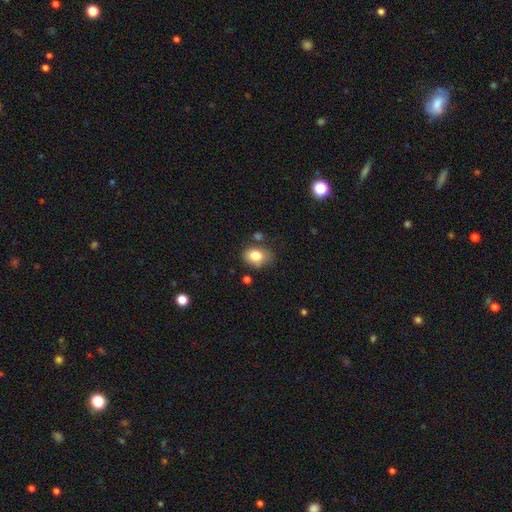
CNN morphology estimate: This appears to be a smooth galaxy with no disk features (81%) that is in between round and cigar-shaped (64%). Merging: none (68%).